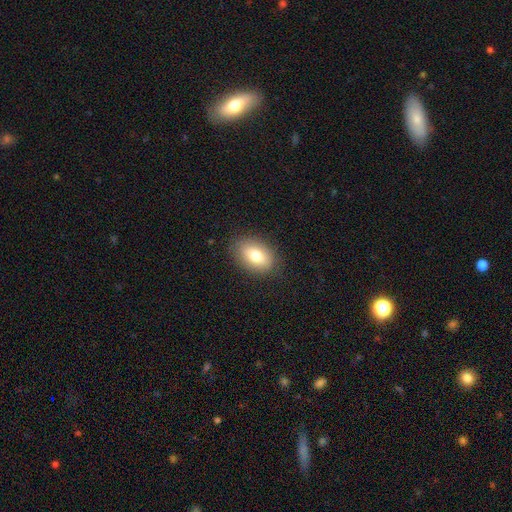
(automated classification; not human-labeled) This is likely a smooth galaxy (77%). How rounded: clearly in between (84%). Merging: clearly none (85%).